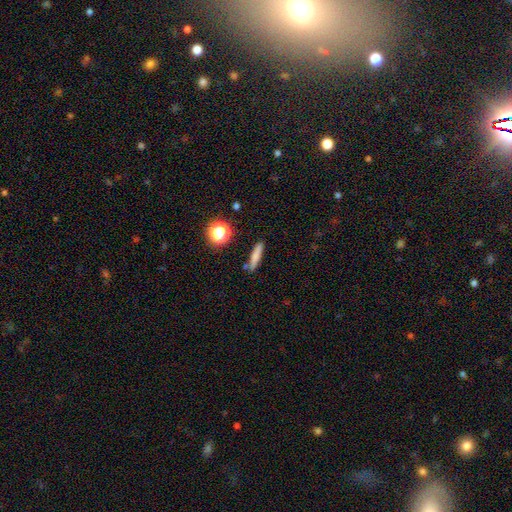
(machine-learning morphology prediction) A smooth galaxy with no disk features (74%) that is cigar-shaped (84%). Merging: none (84%).